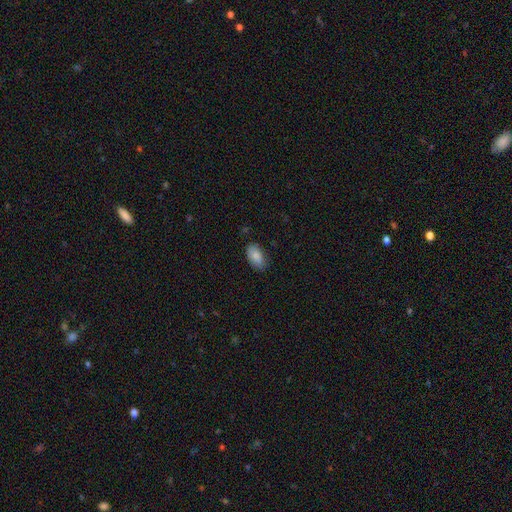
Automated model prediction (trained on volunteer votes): Overall: smooth (83%). How rounded: in between (94%). Merging: none (76%).